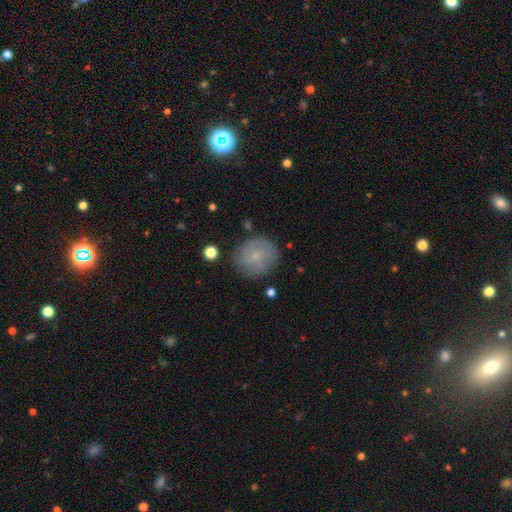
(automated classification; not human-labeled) smooth_or_featured: smooth (p=0.62) [alt: featured or disk p=0.29]
how_rounded: round (p=0.83) [alt: in between p=0.15]
merging: none (p=0.79) [alt: minor disturbance p=0.15]